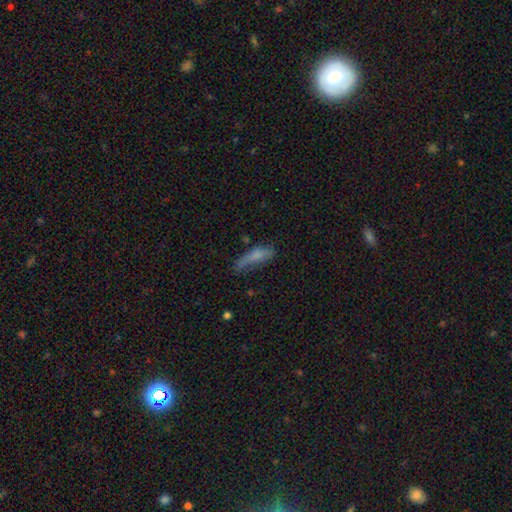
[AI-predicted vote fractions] Smooth or featured: smooth — 69% (featured or disk — 21%)
How rounded: cigar-shaped — 59% (in between — 38%)
Merging: none — 40% (minor disturbance — 32%)